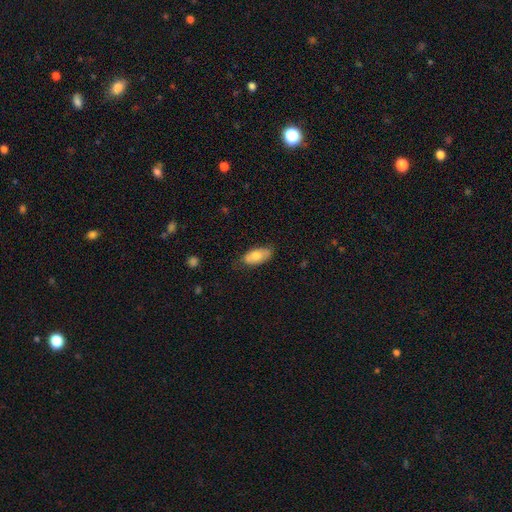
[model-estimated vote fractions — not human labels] The model was most divided on "smooth or featured": smooth: 71%, featured or disk: 23%, star or artifact: 6%. More confident: how rounded — in between (90%); merging — none (72%).